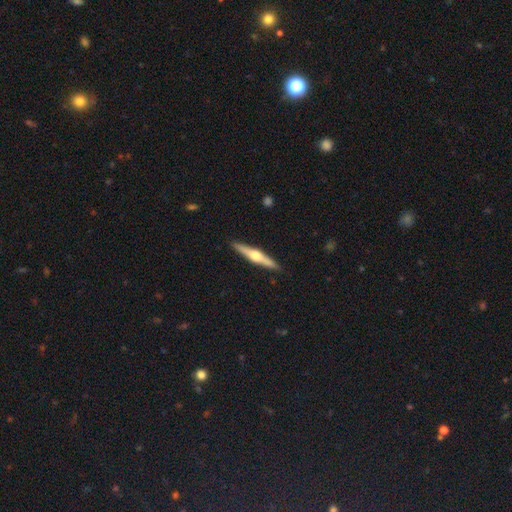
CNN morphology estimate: A featured or disk galaxy (70%) viewed edge-on (98%) with a rounded central bulge (94%).

Vote fractions:
- Smooth or featured? featured or disk: 70% / smooth: 25% / star or artifact: 5%
- Edge-on disk? yes: 98% / no: 2%
- Edge-on bulge? rounded: 94% / boxy: 3% / none: 3%
- Merging? none: 91% / minor disturbance: 7% / major disturbance: 1% / merger: 1%